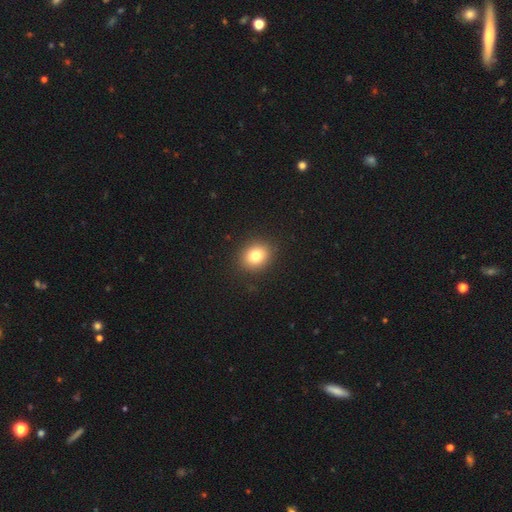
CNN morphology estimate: Smooth or featured: smooth — 80% (star or artifact — 11%)
How rounded: round — 61% (in between — 39%)
Merging: none — 90% (minor disturbance — 7%)